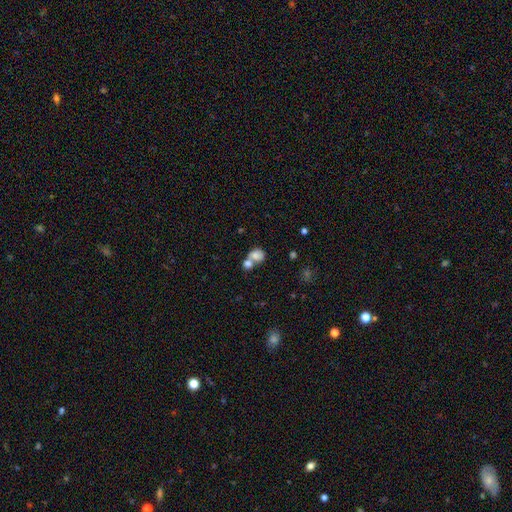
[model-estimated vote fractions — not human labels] A smooth galaxy with no disk features (75%) that is round (56%).

Vote fractions:
- Smooth or featured? smooth: 75% / featured or disk: 16% / star or artifact: 9%
- How rounded? round: 56% / in between: 43% / cigar-shaped: 1%
- Merging? merger: 63% / none: 24% / minor disturbance: 8% / major disturbance: 5%